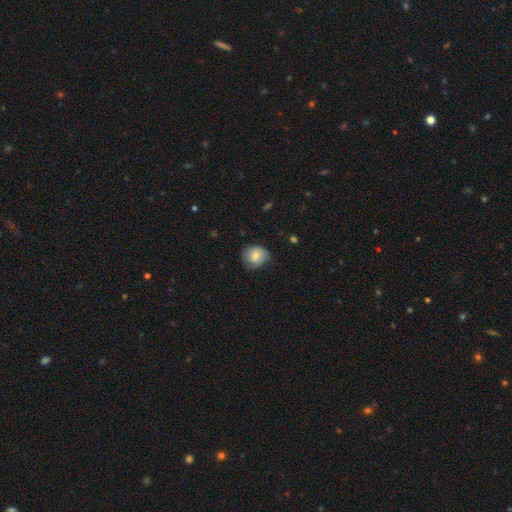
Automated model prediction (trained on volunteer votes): The model was most divided on "merging": none: 68%, minor disturbance: 25%, major disturbance: 6%, merger: 1%. More confident: how rounded — round (80%); smooth or featured — smooth (71%).